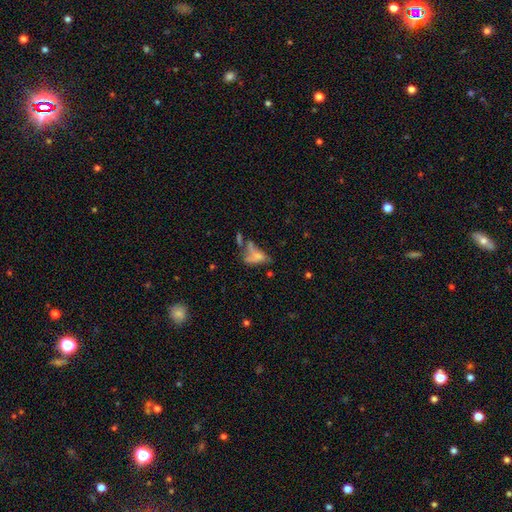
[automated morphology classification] Q: Smooth or featured?
A: smooth (49%); runner-up: featured or disk (35%)
Q: Merging?
A: merger (34%); runner-up: major disturbance (28%)